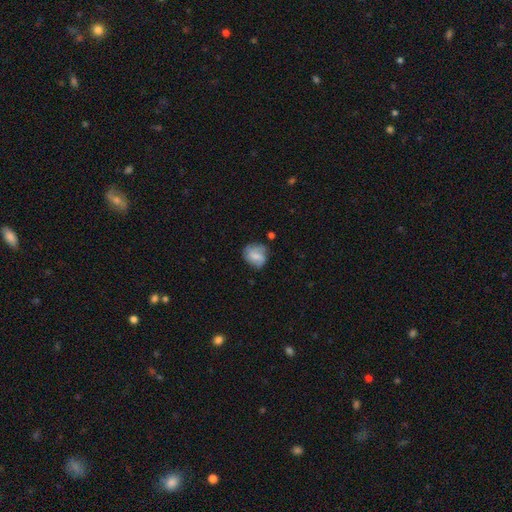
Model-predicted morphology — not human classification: smooth_or_featured: smooth (p=0.54) [alt: featured or disk p=0.37]
how_rounded: round (p=0.66) [alt: in between p=0.33]
merging: none (p=0.58) [alt: minor disturbance p=0.28]